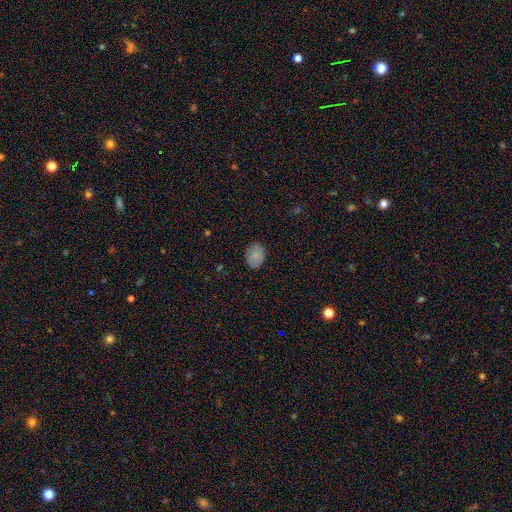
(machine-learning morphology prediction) Smooth or featured? smooth (81%)
How rounded? in between (74%)
Merging? none (85%)